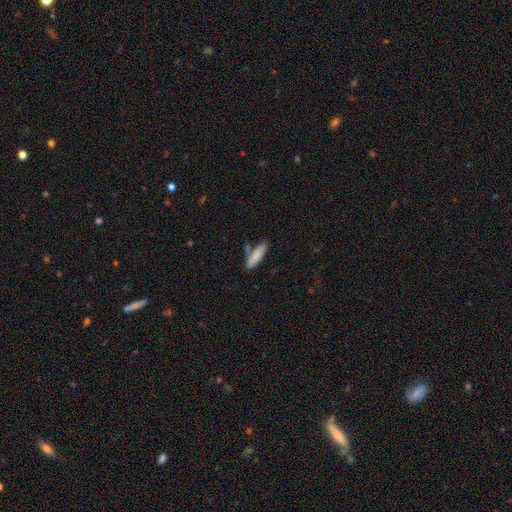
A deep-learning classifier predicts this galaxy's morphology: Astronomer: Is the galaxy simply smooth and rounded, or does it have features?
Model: smooth — 81%.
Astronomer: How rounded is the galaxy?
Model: cigar-shaped — 60% (runner-up: in between, 39%).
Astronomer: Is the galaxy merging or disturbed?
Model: none — 63%.